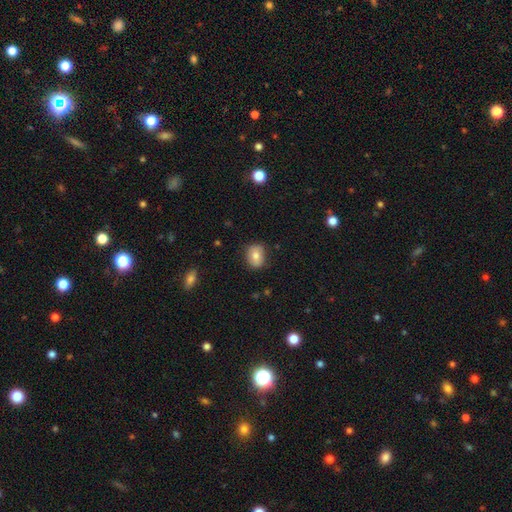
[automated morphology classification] Smooth or featured? smooth (76%)
How rounded? in between (57%)
Merging? none (80%)